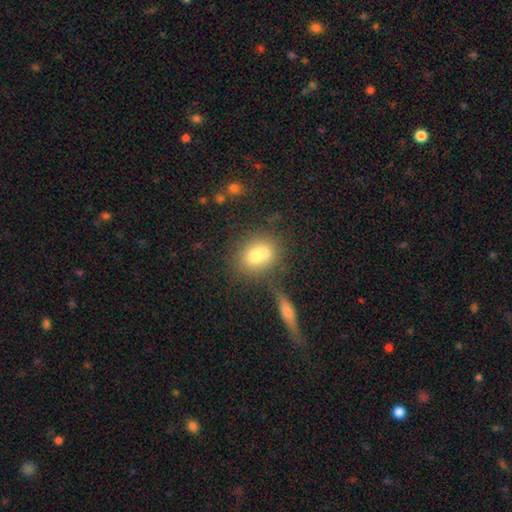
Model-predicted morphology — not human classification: smooth-or-featured: smooth: 69% | featured or disk: 21% | star or artifact: 10%
  how-rounded: round: 54% | in between: 44% | cigar-shaped: 2%
  merging: merger: 49% | none: 36% | minor disturbance: 10% | major disturbance: 5%